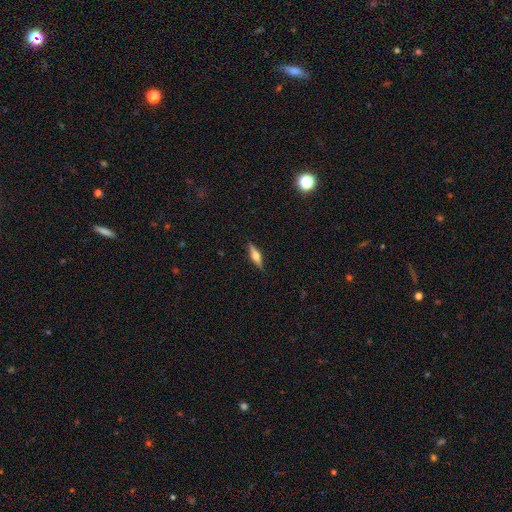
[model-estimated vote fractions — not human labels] Smooth or featured: featured or disk — 56% (smooth — 37%)
Edge-on disk: yes — 95% (no — 5%)
Edge-on bulge: rounded — 93% (boxy — 5%)
Merging: none — 89% (minor disturbance — 8%)